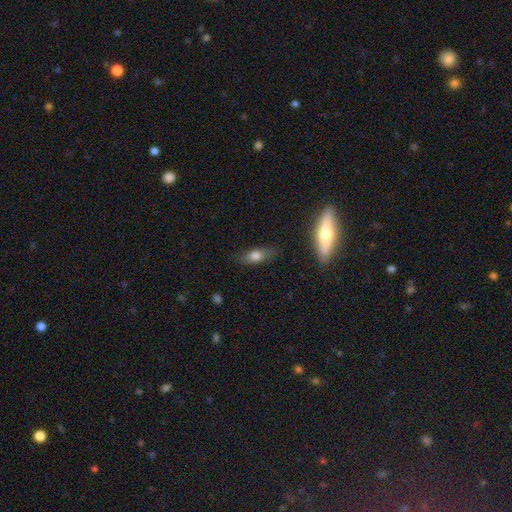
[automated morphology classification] Smooth or featured? Predicted: smooth (p=0.69). How rounded? Predicted: in between (p=0.66). Merging? Predicted: none (p=0.80).